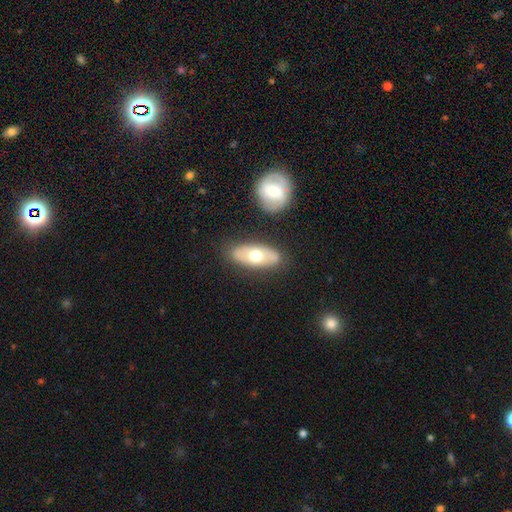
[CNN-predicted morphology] smooth 53%, featured or disk 41%, star or artifact 5%. Down the decision tree: how rounded — in between (82%); merging — none (79%).